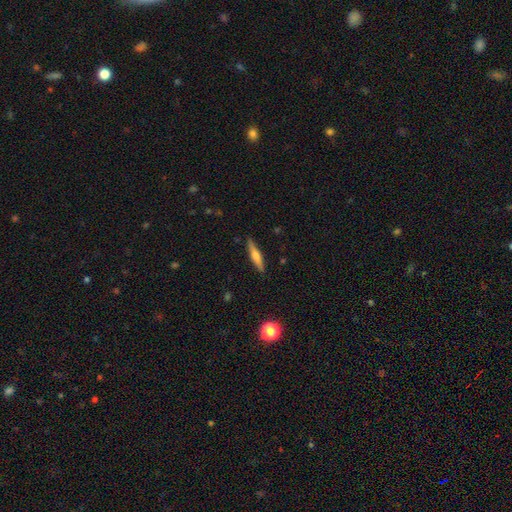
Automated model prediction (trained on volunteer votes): Smooth or featured? Predicted: smooth (p=0.53). How rounded? Predicted: cigar-shaped (p=0.87). Merging? Predicted: none (p=0.89).